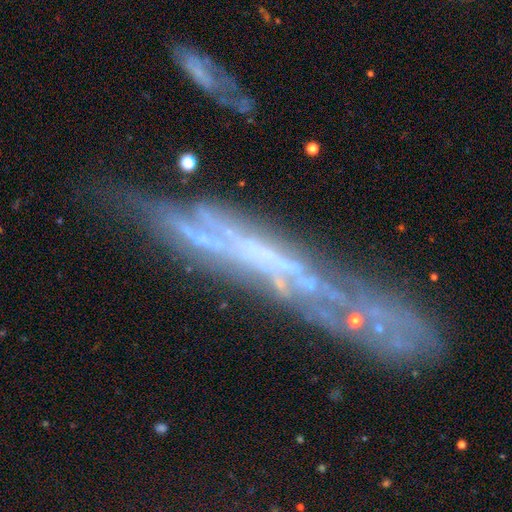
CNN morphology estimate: A featured or disk galaxy (69%) viewed edge-on (72%).

Vote fractions:
- Smooth or featured? featured or disk: 69% / smooth: 18% / star or artifact: 13%
- Edge-on disk? yes: 72% / no: 28%
- Merging? none: 59% / minor disturbance: 22% / major disturbance: 12% / merger: 7%